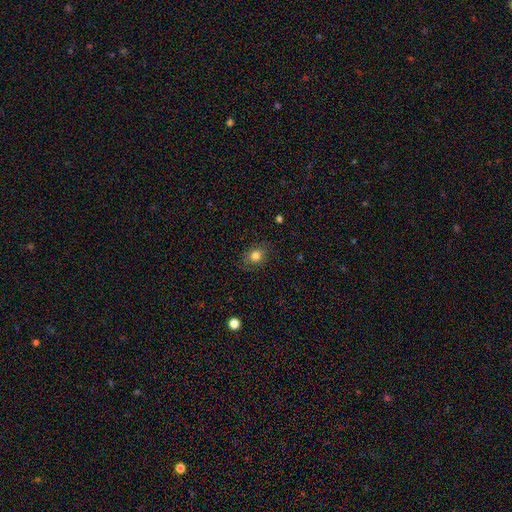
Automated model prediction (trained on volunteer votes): smooth_or_featured: smooth (p=0.78) [alt: star or artifact p=0.11]
how_rounded: in between (p=0.52) [alt: round p=0.47]
merging: none (p=0.81) [alt: minor disturbance p=0.15]